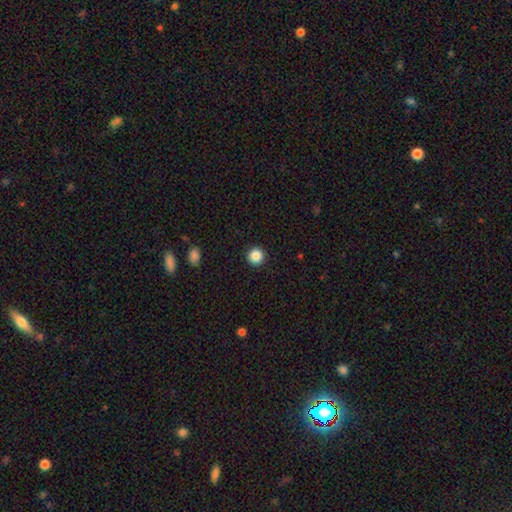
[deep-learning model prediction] A smooth galaxy with no disk features (87%) that is round (95%). Merging: none (93%).